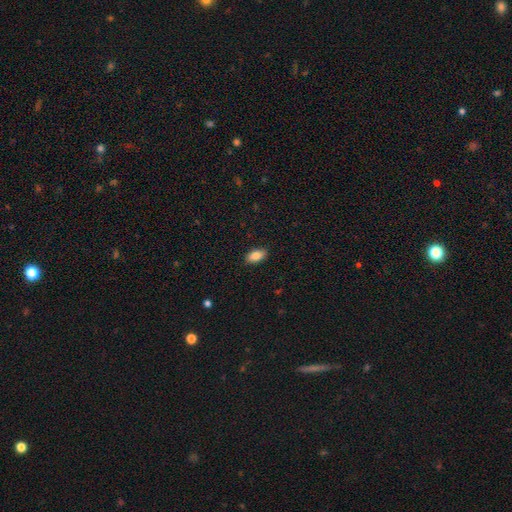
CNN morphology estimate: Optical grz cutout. It shows a smooth galaxy with no disk features (85%) that is in between round and cigar-shaped (92%). Merging: none (89%).